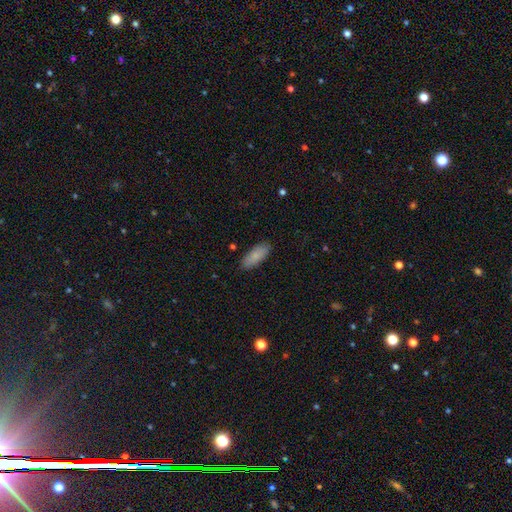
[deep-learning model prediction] A smooth galaxy with no disk features (86%) that is in between round and cigar-shaped (77%). Merging: none (87%).